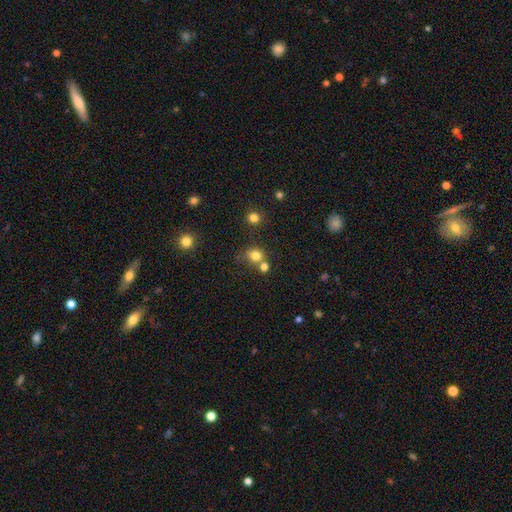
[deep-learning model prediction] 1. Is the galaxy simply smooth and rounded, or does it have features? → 78% smooth, 14% star or artifact, 8% featured or disk.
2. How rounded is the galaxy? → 77% round, 22% in between, 1% cigar-shaped.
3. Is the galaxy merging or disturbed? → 53% none, 31% merger, 11% minor disturbance, 4% major disturbance.